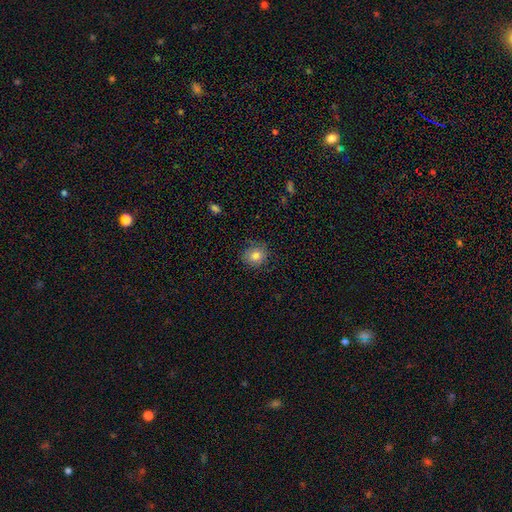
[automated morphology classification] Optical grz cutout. It shows a smooth galaxy with no disk features (81%) that is round (77%). Merging: none (82%).